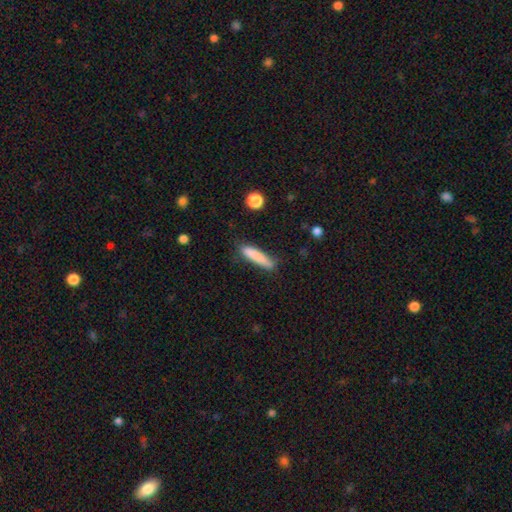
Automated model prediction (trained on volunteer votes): Smooth or featured? smooth (82%)
How rounded? cigar-shaped (87%)
Merging? none (76%)